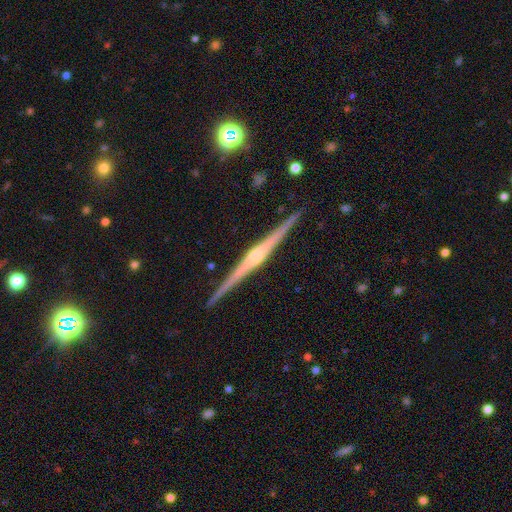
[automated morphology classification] This is clearly a featured or disk galaxy (85%). It is clearly viewed edge-on (99%). Edge-on bulge: likely rounded (73%). Merging: clearly none (91%).